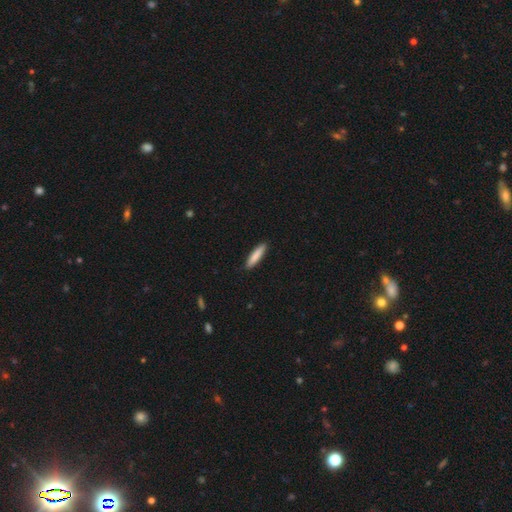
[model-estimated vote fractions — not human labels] Smooth or featured? smooth (85%)
How rounded? cigar-shaped (85%)
Merging? none (90%)